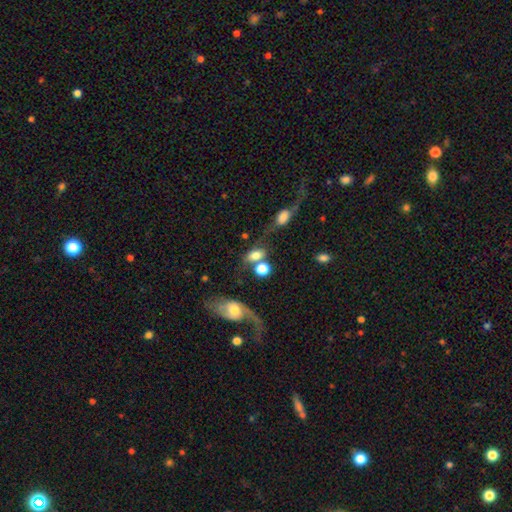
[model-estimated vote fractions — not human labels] This is likely a smooth galaxy (71%). How rounded: likely in between (73%). Merging: marginally none (35%, tied with merger).